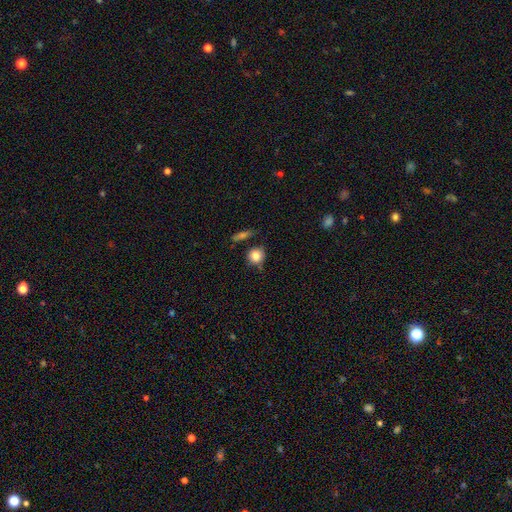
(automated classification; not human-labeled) Overall: smooth (81%). How rounded: round (83%). Merging: none (70%).